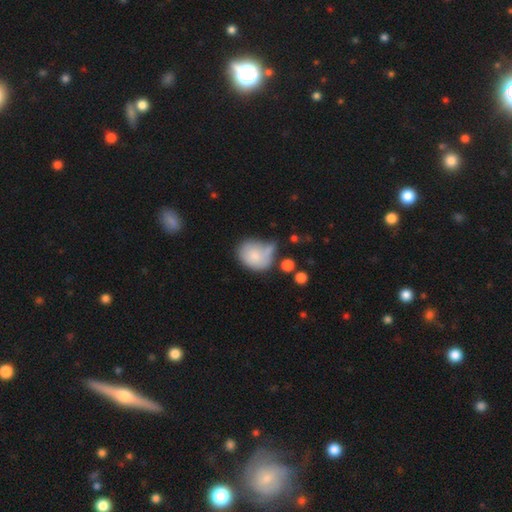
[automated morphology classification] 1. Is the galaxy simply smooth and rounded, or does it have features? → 76% smooth, 16% featured or disk, 8% star or artifact.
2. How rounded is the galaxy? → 52% round, 47% in between, 1% cigar-shaped.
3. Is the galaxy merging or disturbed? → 34% none, 31% minor disturbance, 19% merger, 15% major disturbance.